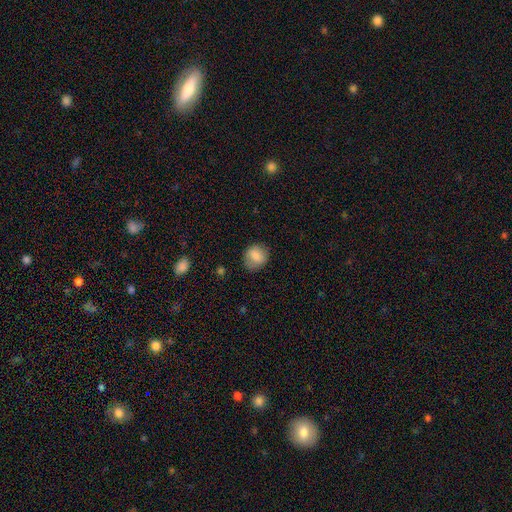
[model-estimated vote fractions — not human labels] Overall: smooth (82%). How rounded: round (73%). Merging: none (80%).